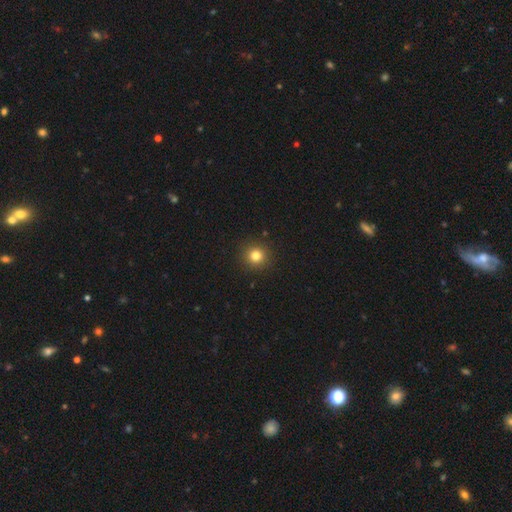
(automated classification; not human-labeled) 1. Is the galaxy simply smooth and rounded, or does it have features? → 81% smooth, 13% star or artifact, 6% featured or disk.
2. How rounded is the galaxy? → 94% round, 5% in between, 1% cigar-shaped.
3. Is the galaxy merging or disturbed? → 92% none, 5% minor disturbance, 2% major disturbance, 1% merger.